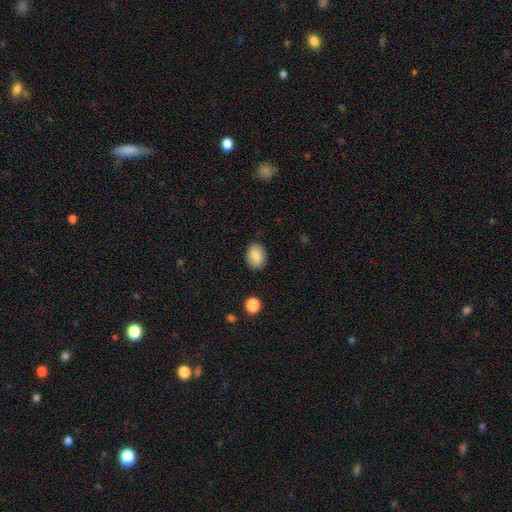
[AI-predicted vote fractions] Smooth or featured? Predicted: smooth (p=0.83). How rounded? Predicted: in between (p=0.65). Merging? Predicted: none (p=0.86).